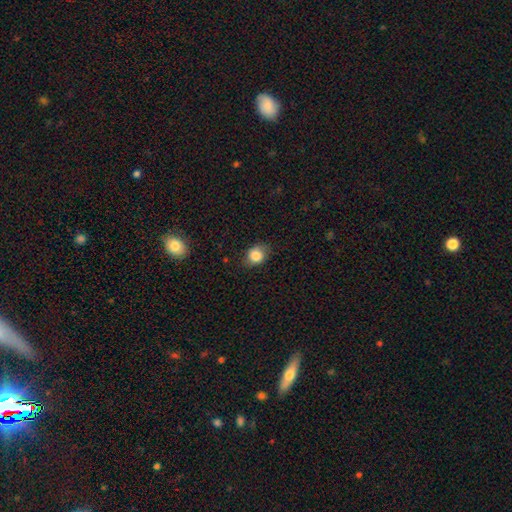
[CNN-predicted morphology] This appears to be a smooth galaxy with no disk features (83%) that is round (52%). Merging: none (75%).